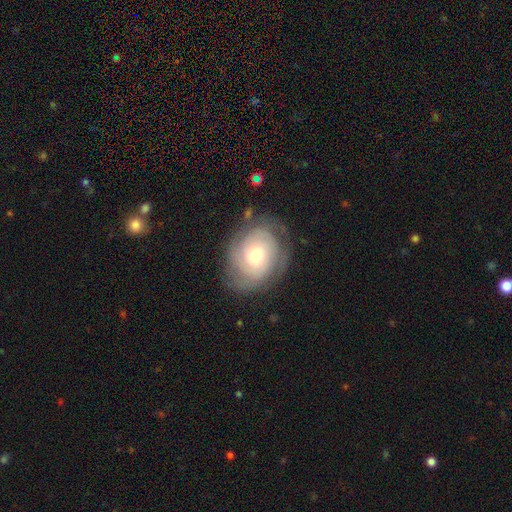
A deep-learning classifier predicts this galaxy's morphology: Q: Smooth or featured?
A: featured or disk (65%); runner-up: smooth (27%)
Q: Edge-on disk?
A: no (97%); runner-up: yes (3%)
Q: Bar?
A: no (78%); runner-up: weak (18%)
Q: Spiral arms?
A: yes (86%); runner-up: no (14%)
Q: Spiral winding?
A: tight (69%); runner-up: medium (23%)
Q: Spiral arm count?
A: can't tell (45%); runner-up: 2 (21%)
Q: Bulge size?
A: moderate (60%); runner-up: small (32%)
Q: Merging?
A: none (73%); runner-up: minor disturbance (18%)